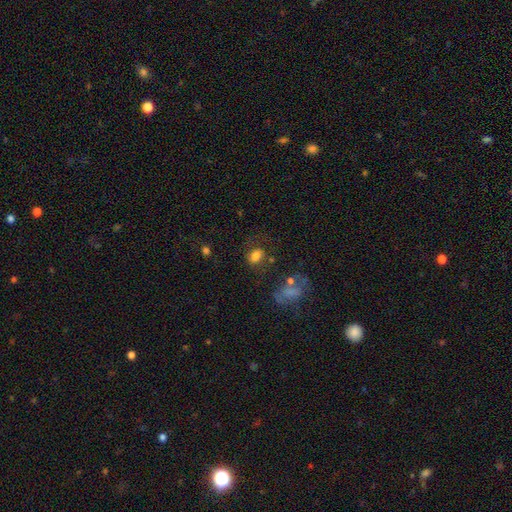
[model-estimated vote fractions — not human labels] smooth-or-featured: smooth: 76% | featured or disk: 13% | star or artifact: 11%
  how-rounded: in between: 64% | round: 34% | cigar-shaped: 1%
  merging: none: 59% | minor disturbance: 20% | major disturbance: 13% | merger: 8%